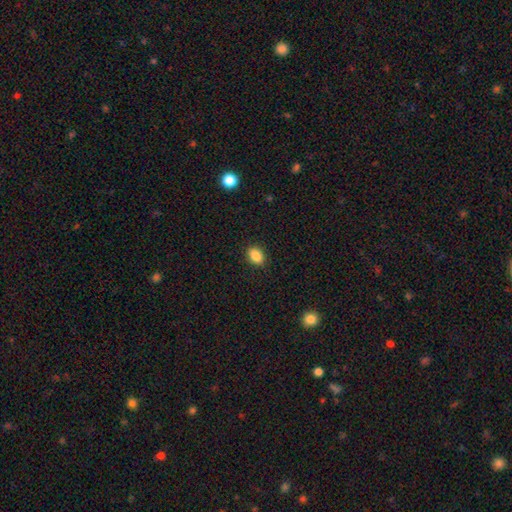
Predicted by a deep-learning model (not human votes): Morphology: type=smooth (87%); roundness=in between (79%); merging=none (90%).